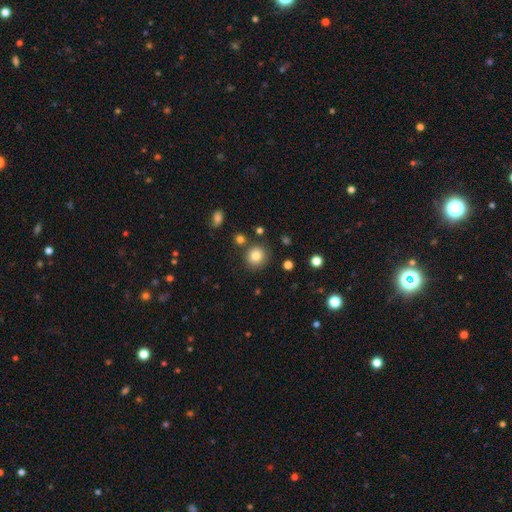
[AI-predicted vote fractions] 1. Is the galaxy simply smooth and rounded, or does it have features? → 83% smooth, 11% star or artifact, 6% featured or disk.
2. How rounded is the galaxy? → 90% round, 9% in between, 1% cigar-shaped.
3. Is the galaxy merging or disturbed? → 83% none, 9% minor disturbance, 5% merger, 3% major disturbance.